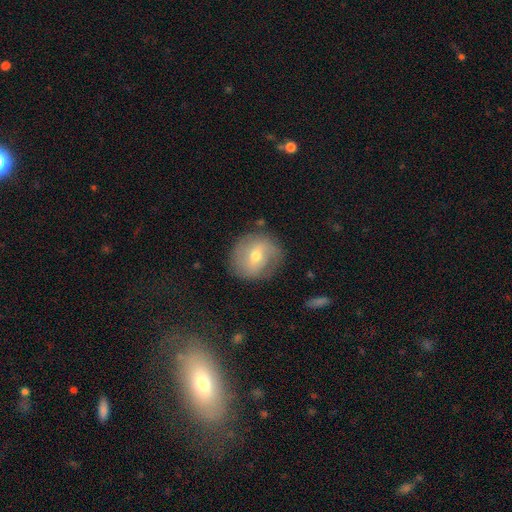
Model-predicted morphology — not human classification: A featured or disk galaxy (51%).

Vote fractions:
- Smooth or featured? featured or disk: 51% / smooth: 41% / star or artifact: 8%
- Edge-on disk? no: 95% / yes: 5%
- Merging? none: 77% / minor disturbance: 16% / major disturbance: 6% / merger: 2%